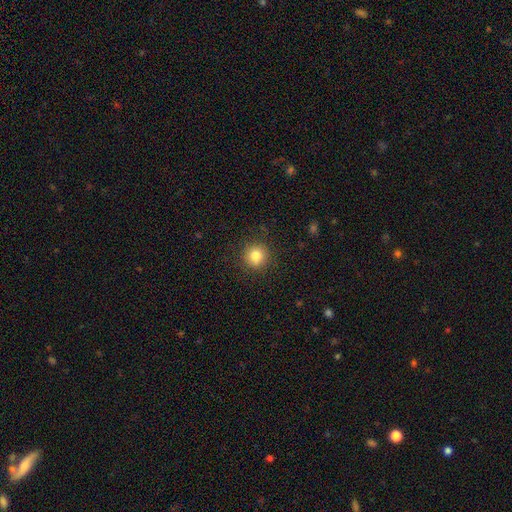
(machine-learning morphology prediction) Smooth or featured? smooth (82%)
How rounded? round (93%)
Merging? none (90%)